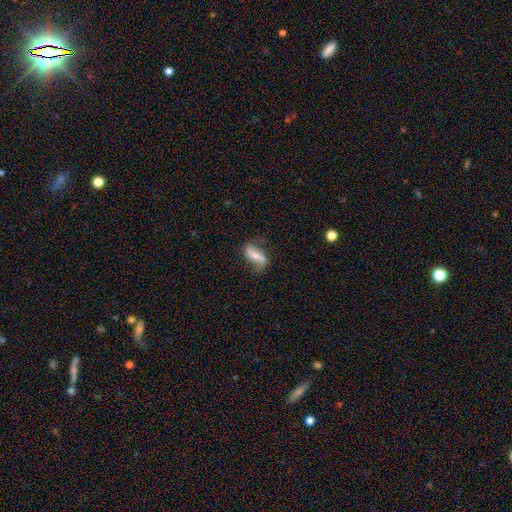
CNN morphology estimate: smooth_or_featured: featured or disk (p=0.49) [alt: smooth p=0.43]
merging: none (p=0.66) [alt: minor disturbance p=0.21]